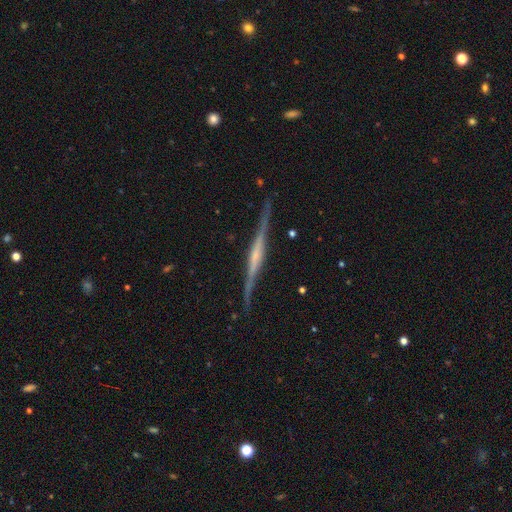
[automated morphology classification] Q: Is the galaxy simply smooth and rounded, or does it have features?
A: featured or disk — 84%.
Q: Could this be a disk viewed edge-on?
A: yes — 98%.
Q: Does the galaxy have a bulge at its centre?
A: rounded — 43%.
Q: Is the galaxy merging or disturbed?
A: none — 87%.